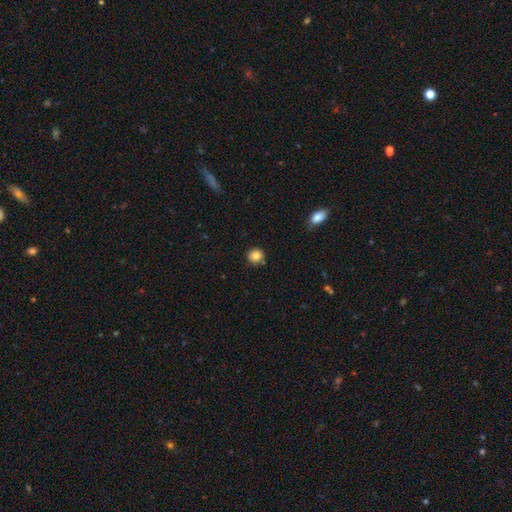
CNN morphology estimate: Smooth or featured: smooth — 84% (star or artifact — 10%)
How rounded: round — 92% (in between — 7%)
Merging: none — 87% (minor disturbance — 8%)